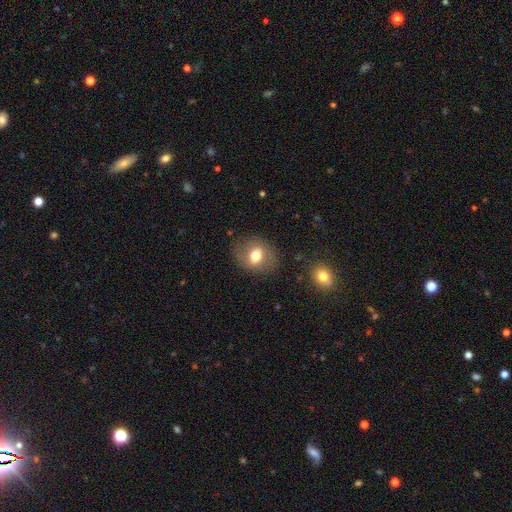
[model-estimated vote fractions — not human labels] Smooth or featured? Predicted: smooth (p=0.65). How rounded? Predicted: in between (p=0.55). Merging? Predicted: none (p=0.79).